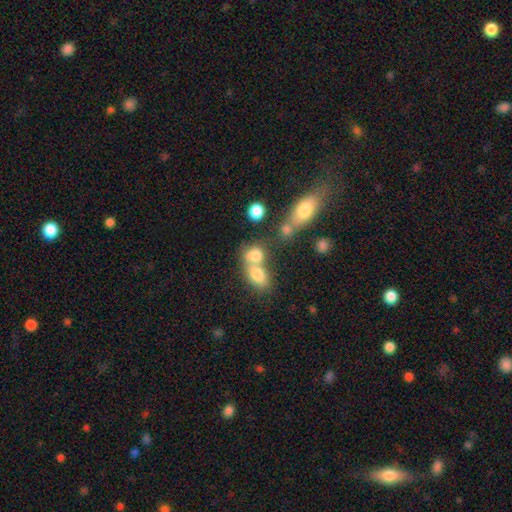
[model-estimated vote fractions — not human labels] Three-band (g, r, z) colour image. It shows a smooth galaxy with no disk features (76%) that is in between round and cigar-shaped (58%). Merging: merger (61%).